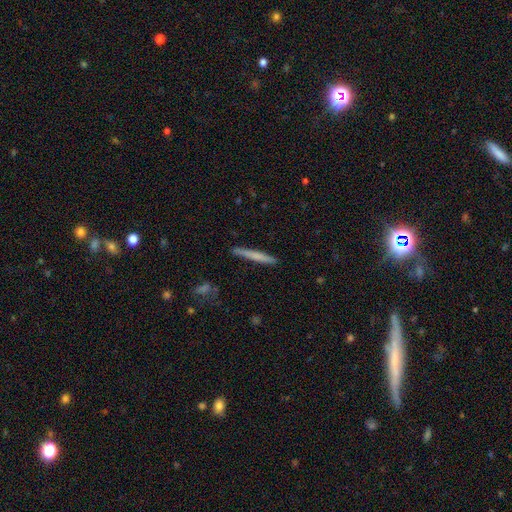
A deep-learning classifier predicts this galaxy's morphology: Smooth or featured? Predicted: smooth (p=0.61). How rounded? Predicted: cigar-shaped (p=0.96). Merging? Predicted: none (p=0.87).